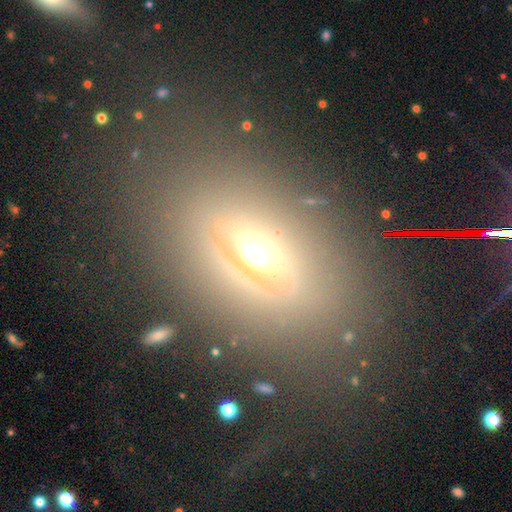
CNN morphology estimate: featured or disk 55%, smooth 29%, star or artifact 16%. Down the decision tree: edge-on disk — no (63%); merging — none (73%).